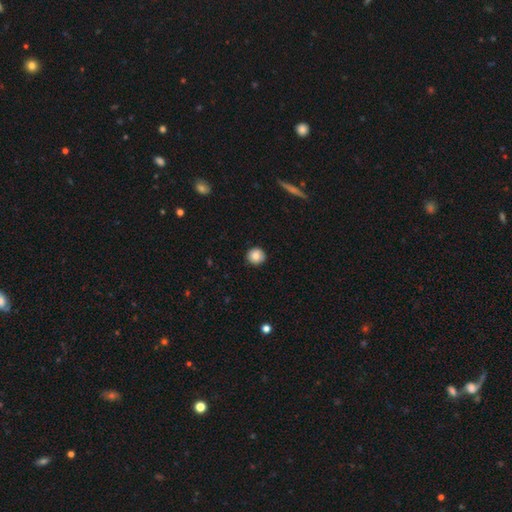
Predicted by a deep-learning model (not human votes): Smooth or featured? Predicted: smooth (p=0.84). How rounded? Predicted: round (p=0.91). Merging? Predicted: none (p=0.87).